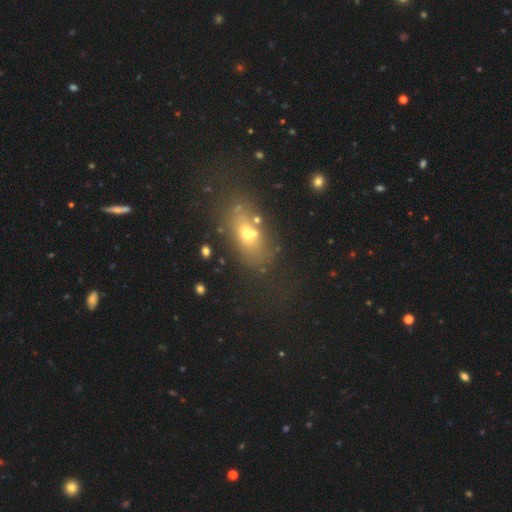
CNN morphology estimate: Overall: smooth (55%; featured or disk 25%). How rounded: in between (74%). Merging: none (61%).